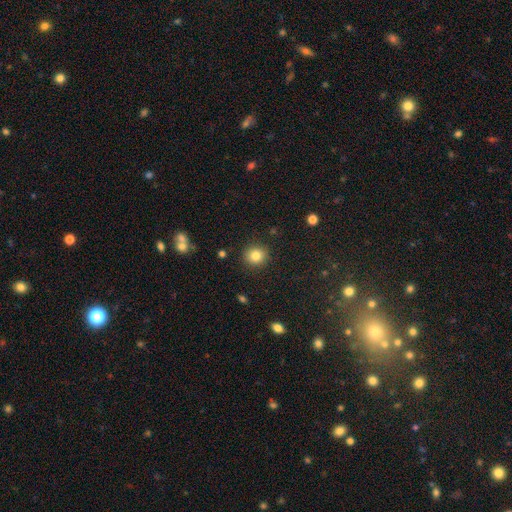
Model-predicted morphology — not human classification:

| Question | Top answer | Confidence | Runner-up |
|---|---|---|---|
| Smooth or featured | smooth | 82% | star or artifact (11%) |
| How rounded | round | 87% | in between (12%) |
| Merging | none | 90% | minor disturbance (7%) |